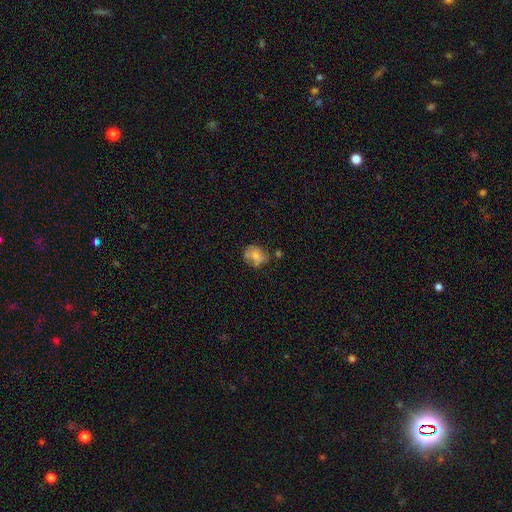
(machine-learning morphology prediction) This is likely a smooth galaxy (60%). How rounded: possibly round (53%). Merging: possibly none (48%).